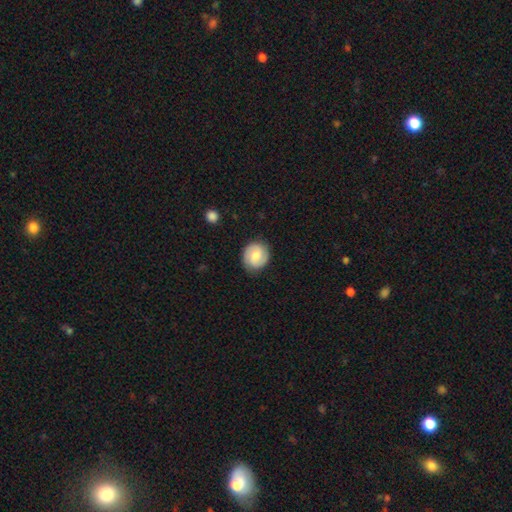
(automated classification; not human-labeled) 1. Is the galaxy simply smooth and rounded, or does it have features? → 47% smooth, 46% featured or disk, 7% star or artifact.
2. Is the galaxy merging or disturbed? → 85% none, 11% minor disturbance, 3% major disturbance, 1% merger.